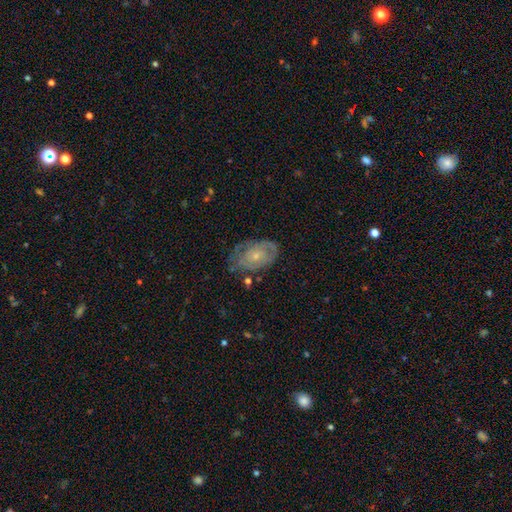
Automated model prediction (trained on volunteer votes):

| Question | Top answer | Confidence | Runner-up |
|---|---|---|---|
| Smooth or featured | featured or disk | 60% | smooth (32%) |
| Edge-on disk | no | 95% | yes (5%) |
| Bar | no | 84% | weak (14%) |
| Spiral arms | yes | 63% | no (37%) |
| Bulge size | small | 65% | moderate (30%) |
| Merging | none | 60% | minor disturbance (26%) |